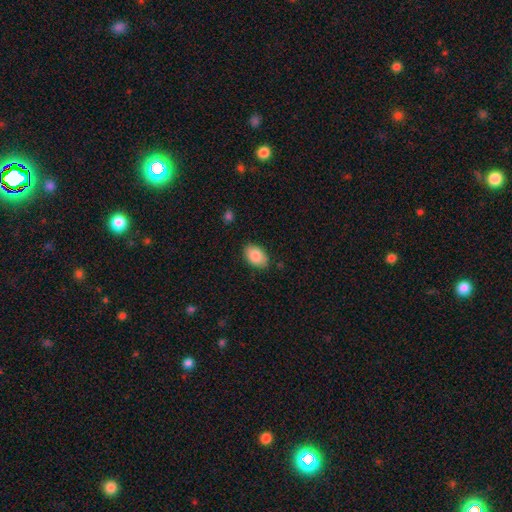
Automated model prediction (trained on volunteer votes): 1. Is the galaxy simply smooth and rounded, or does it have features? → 87% smooth, 7% star or artifact, 6% featured or disk.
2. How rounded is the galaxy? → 89% in between, 9% round, 1% cigar-shaped.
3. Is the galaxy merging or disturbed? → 84% none, 13% minor disturbance, 3% major disturbance, 1% merger.